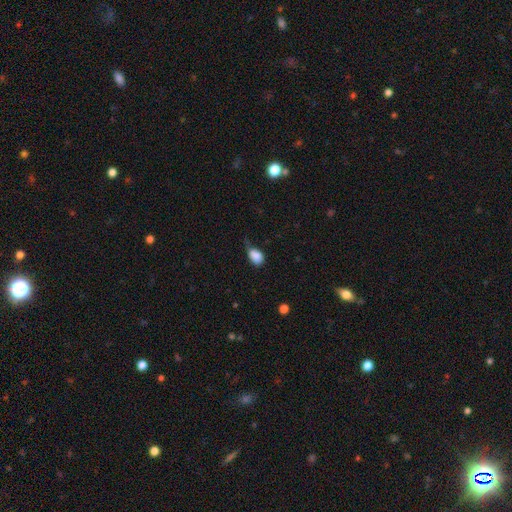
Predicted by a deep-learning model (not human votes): smooth-or-featured: smooth: 84% | star or artifact: 8% | featured or disk: 8%
  how-rounded: in between: 81% | round: 18% | cigar-shaped: 2%
  merging: minor disturbance: 43% | none: 31% | major disturbance: 21% | merger: 5%